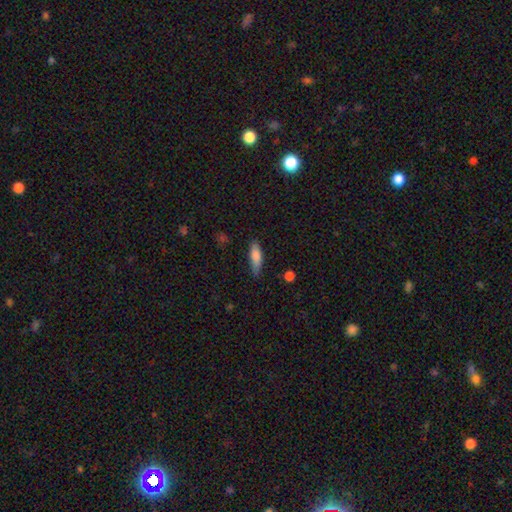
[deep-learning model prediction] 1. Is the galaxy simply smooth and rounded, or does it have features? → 80% smooth, 13% featured or disk, 7% star or artifact.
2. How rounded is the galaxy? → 52% cigar-shaped, 46% in between, 2% round.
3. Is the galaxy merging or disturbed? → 76% none, 19% minor disturbance, 4% major disturbance, 2% merger.